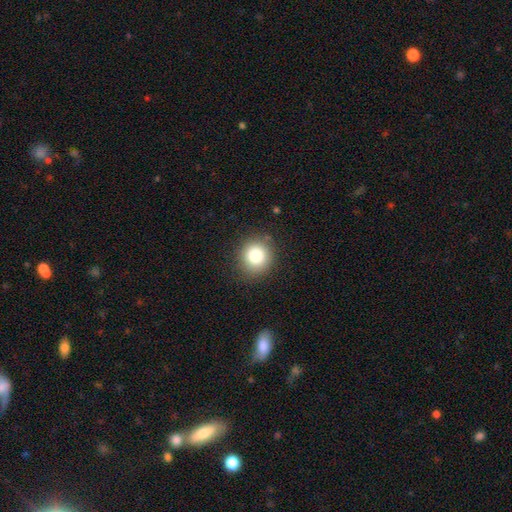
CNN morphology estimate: A smooth galaxy with no disk features (82%) that is round (87%). Merging: none (86%).